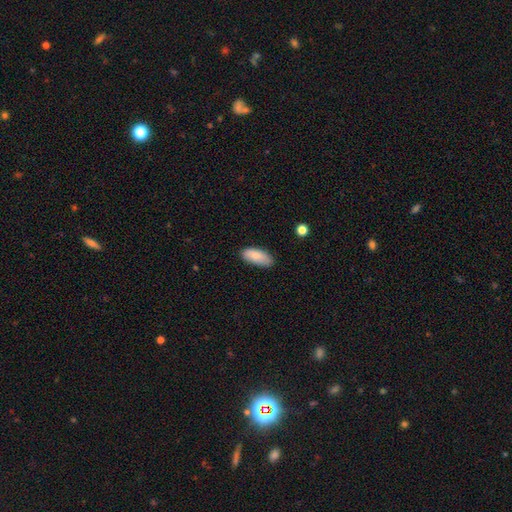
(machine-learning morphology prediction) smooth-or-featured: smooth: 84% | featured or disk: 9% | star or artifact: 6%
  how-rounded: in between: 87% | cigar-shaped: 11% | round: 2%
  merging: none: 80% | minor disturbance: 16% | major disturbance: 3% | merger: 1%